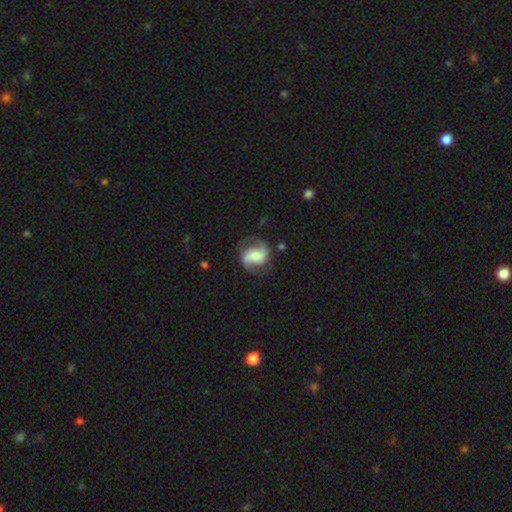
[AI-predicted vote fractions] Q: Smooth or featured?
A: featured or disk (72%); runner-up: smooth (22%)
Q: Edge-on disk?
A: no (97%); runner-up: yes (3%)
Q: Bar?
A: weak (36%); runner-up: no (33%)
Q: Spiral arms?
A: yes (92%); runner-up: no (8%)
Q: Spiral winding?
A: loose (45%); runner-up: medium (39%)
Q: Spiral arm count?
A: 2 (88%); runner-up: can't tell (5%)
Q: Bulge size?
A: moderate (40%); runner-up: small (36%)
Q: Merging?
A: none (69%); runner-up: minor disturbance (19%)